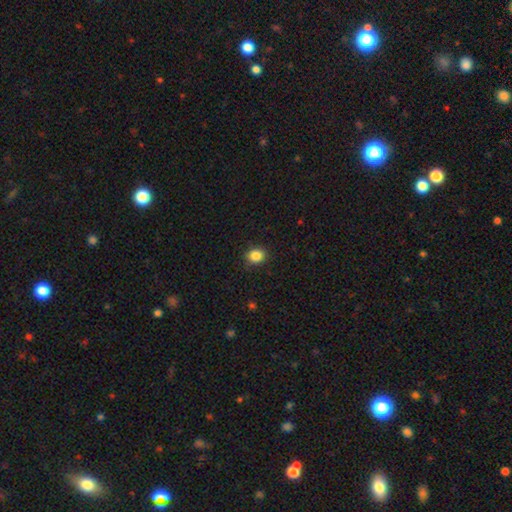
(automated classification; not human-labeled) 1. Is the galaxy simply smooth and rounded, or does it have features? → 86% smooth, 10% star or artifact, 4% featured or disk.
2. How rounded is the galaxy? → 68% round, 31% in between, 1% cigar-shaped.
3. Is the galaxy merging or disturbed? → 87% none, 9% minor disturbance, 2% major disturbance, 1% merger.